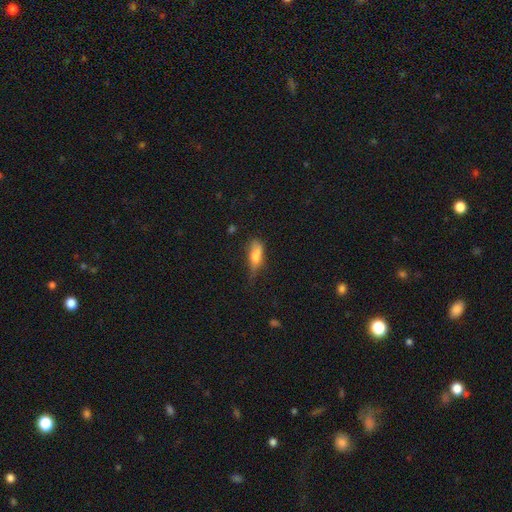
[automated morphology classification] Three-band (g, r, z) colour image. It shows a smooth galaxy with no disk features (70%) that is in between round and cigar-shaped (64%). Merging: minor disturbance (38%).